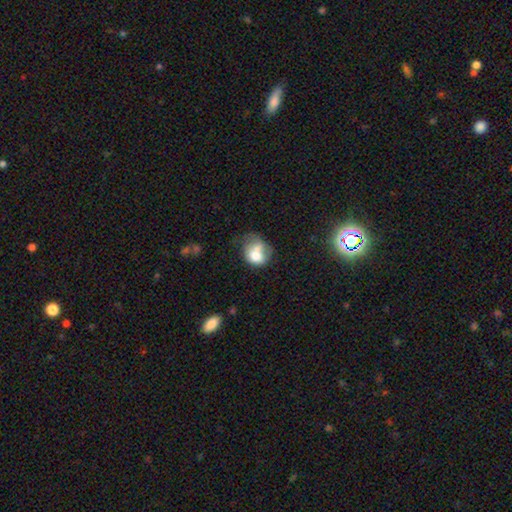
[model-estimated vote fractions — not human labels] Smooth or featured? Predicted: smooth (p=0.69). How rounded? Predicted: round (p=0.55). Merging? Predicted: merger (p=0.39).